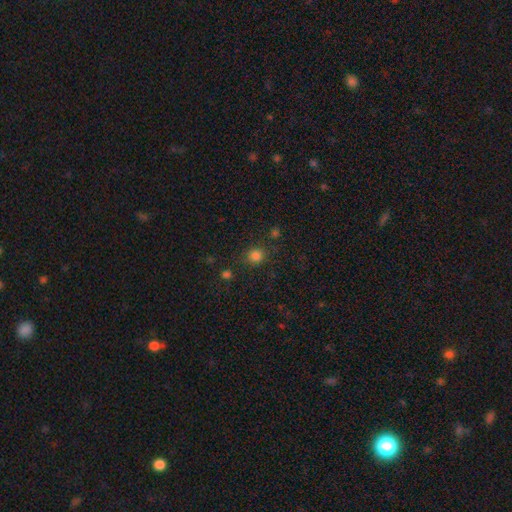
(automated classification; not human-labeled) The model was most divided on "smooth or featured": smooth: 81%, star or artifact: 15%, featured or disk: 4%. More confident: how rounded — round (85%); merging — none (82%).